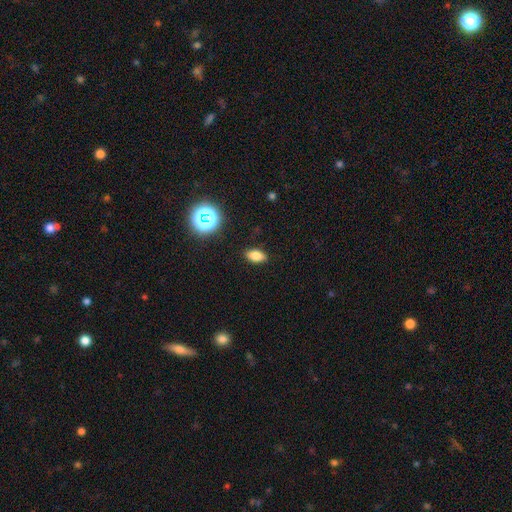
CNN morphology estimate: Overall: smooth (78%). How rounded: in between (86%). Merging: none (88%).